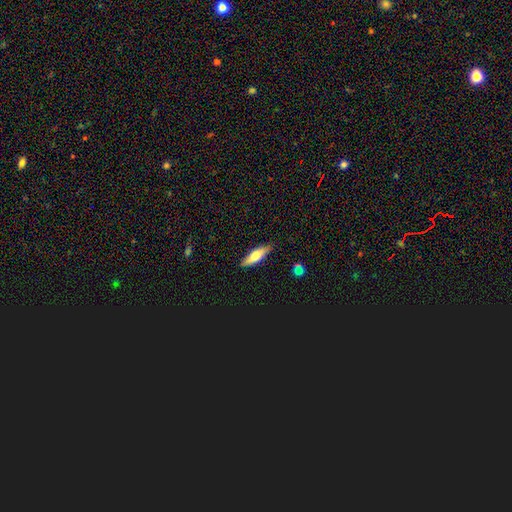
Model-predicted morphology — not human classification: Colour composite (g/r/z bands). It shows a smooth galaxy with no disk features (62%) that is cigar-shaped (49%). Merging: none (85%).